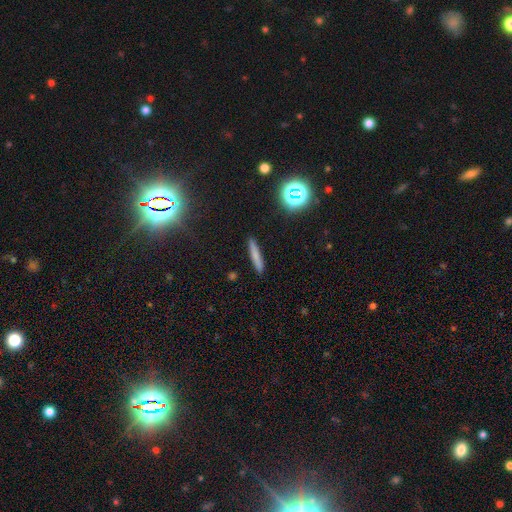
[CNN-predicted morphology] This is likely a smooth galaxy (73%). How rounded: clearly cigar-shaped (92%). Merging: clearly none (90%).